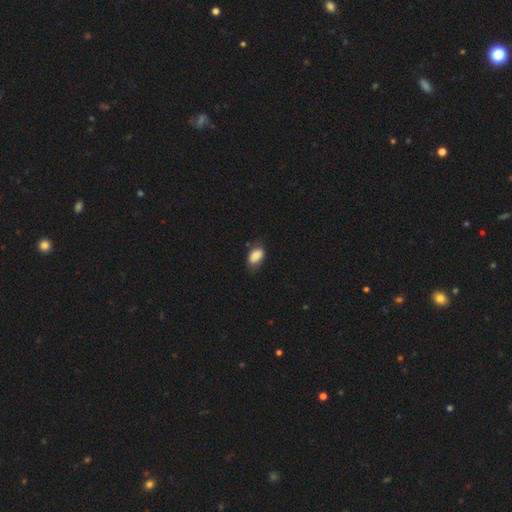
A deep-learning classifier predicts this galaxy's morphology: This appears to be a smooth galaxy with no disk features (84%) that is in between round and cigar-shaped (89%). Merging: none (64%).